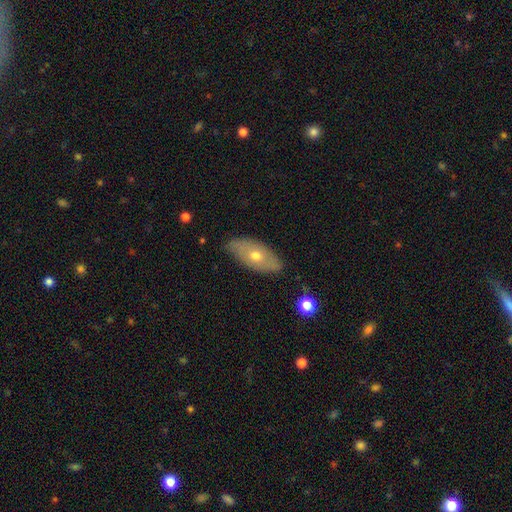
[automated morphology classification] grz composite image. It shows a smooth galaxy with no disk features (52%) that is in between round and cigar-shaped (88%). Merging: none (77%).